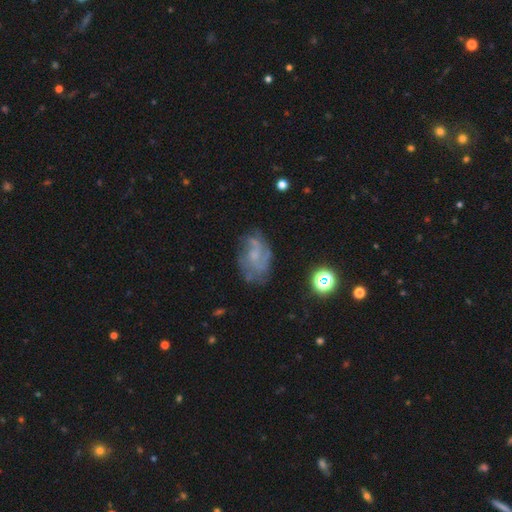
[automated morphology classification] Smooth or featured: featured or disk — 63% (smooth — 24%)
Edge-on disk: no — 97% (yes — 3%)
Bar: no — 71% (weak — 25%)
Spiral arms: yes — 73% (no — 27%)
Bulge size: small — 41% (none — 34%)
Merging: none — 59% (minor disturbance — 22%)